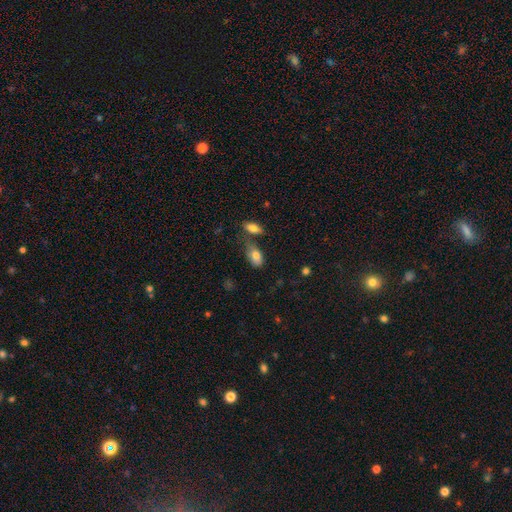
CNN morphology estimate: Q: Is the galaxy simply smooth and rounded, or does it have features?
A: smooth — 80%.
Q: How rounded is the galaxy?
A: in between — 91%.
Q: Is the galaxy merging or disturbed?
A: none — 54%.